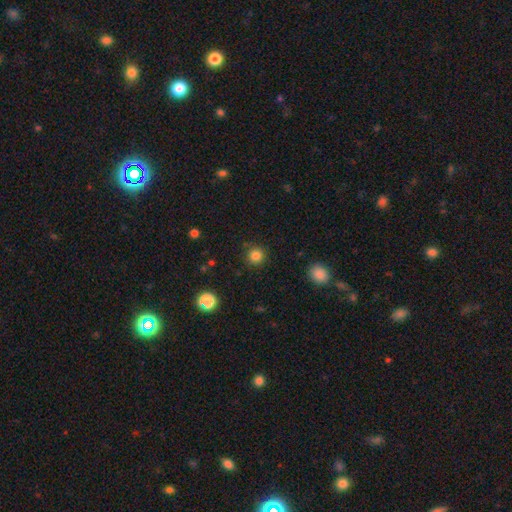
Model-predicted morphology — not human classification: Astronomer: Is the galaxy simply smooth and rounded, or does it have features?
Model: smooth — 83%.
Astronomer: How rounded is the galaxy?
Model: round — 94%.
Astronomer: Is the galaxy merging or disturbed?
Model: none — 89%.